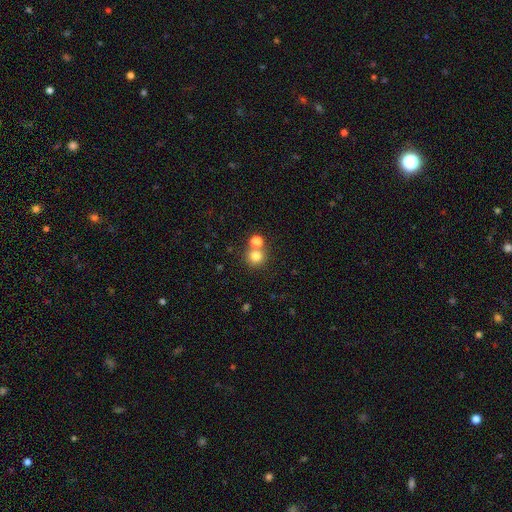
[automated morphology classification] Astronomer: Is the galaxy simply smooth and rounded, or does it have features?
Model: smooth — 78%.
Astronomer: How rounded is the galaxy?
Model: round — 91%.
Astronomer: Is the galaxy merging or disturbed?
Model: none — 61%.